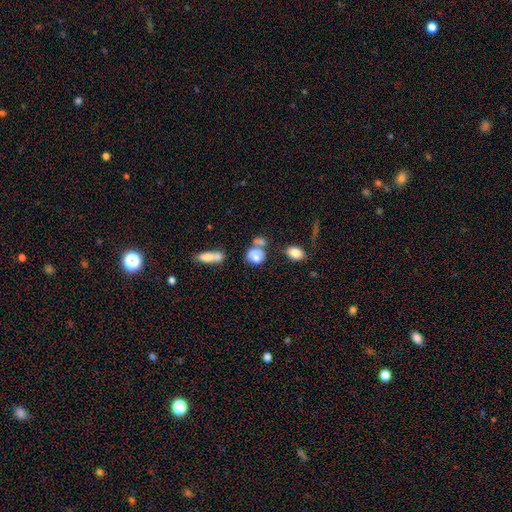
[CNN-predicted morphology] smooth-or-featured: smooth: 70% | featured or disk: 18% | star or artifact: 11%
  how-rounded: round: 54% | in between: 43% | cigar-shaped: 2%
  merging: merger: 36% | none: 35% | minor disturbance: 17% | major disturbance: 11%